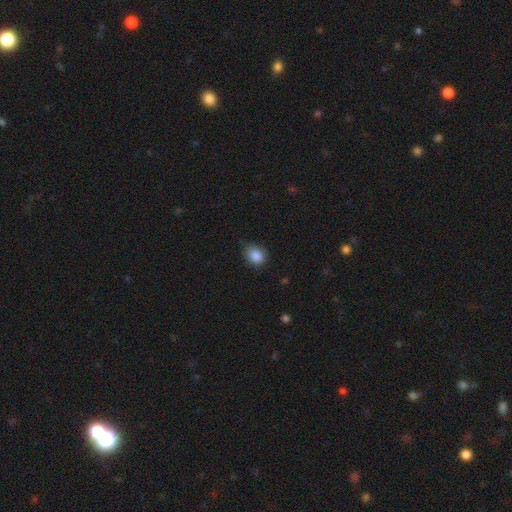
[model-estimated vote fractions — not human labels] This is clearly a smooth galaxy (86%). How rounded: possibly in between (52%). Merging: likely none (73%).